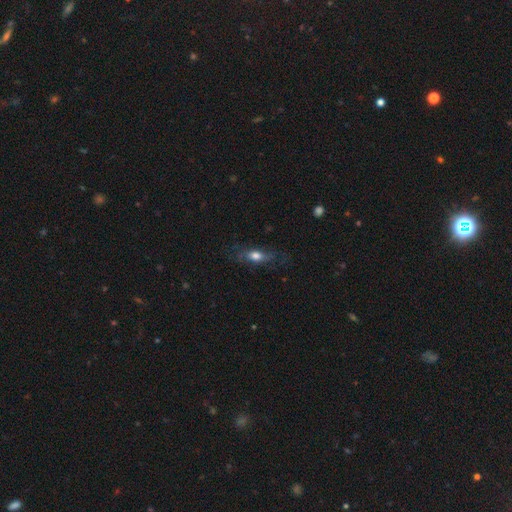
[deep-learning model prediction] A smooth galaxy with no disk features (55%) that is in between round and cigar-shaped (60%). Merging: none (63%).